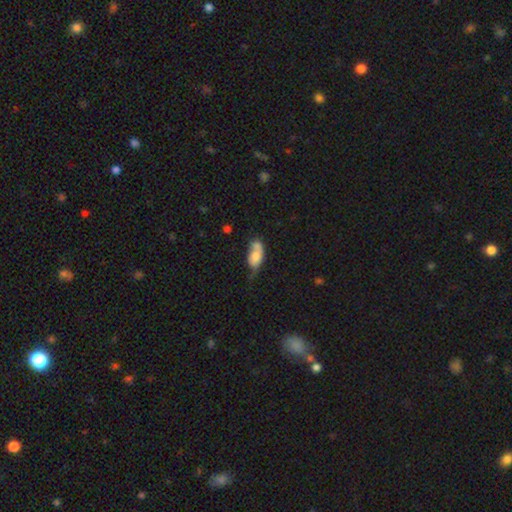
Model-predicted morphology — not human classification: Overall: smooth (68%). How rounded: in between (83%). Merging: merger (30%; minor disturbance 27%).